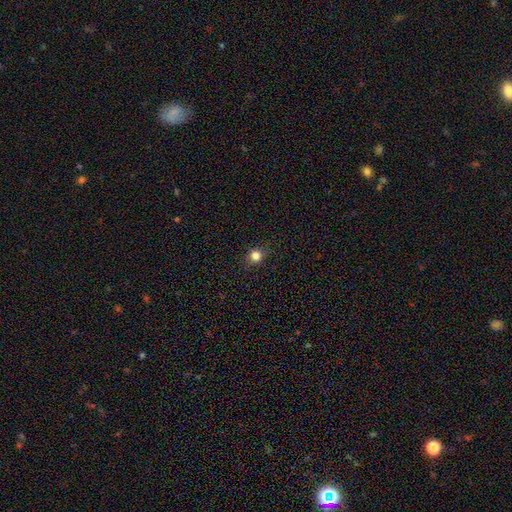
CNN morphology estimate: Smooth or featured? smooth (81%)
How rounded? round (84%)
Merging? none (87%)